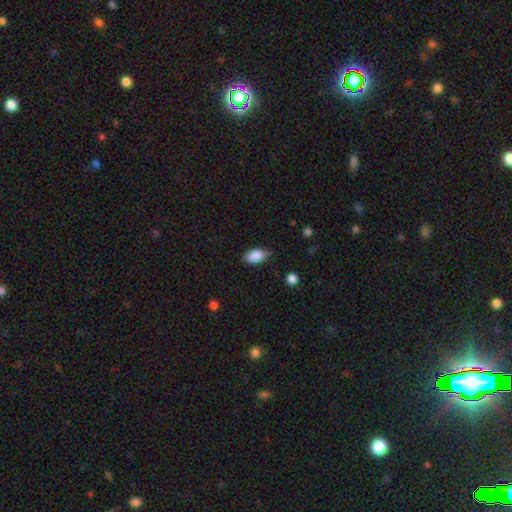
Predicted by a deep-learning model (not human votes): smooth_or_featured: smooth (p=0.87) [alt: star or artifact p=0.07]
how_rounded: in between (p=0.93) [alt: round p=0.05]
merging: none (p=0.75) [alt: minor disturbance p=0.20]